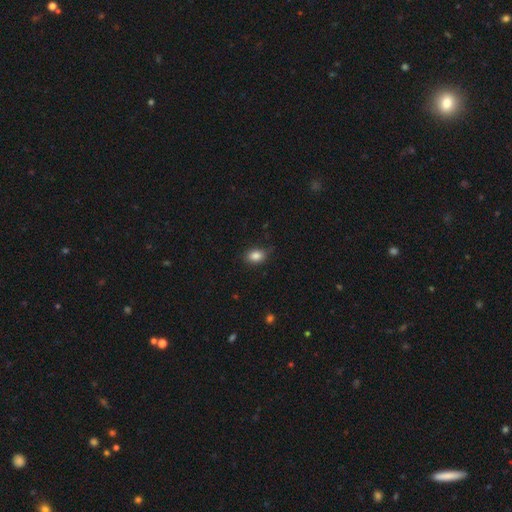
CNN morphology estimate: smooth 86%, star or artifact 9%, featured or disk 5%. Down the decision tree: how rounded — in between (76%); merging — none (77%).